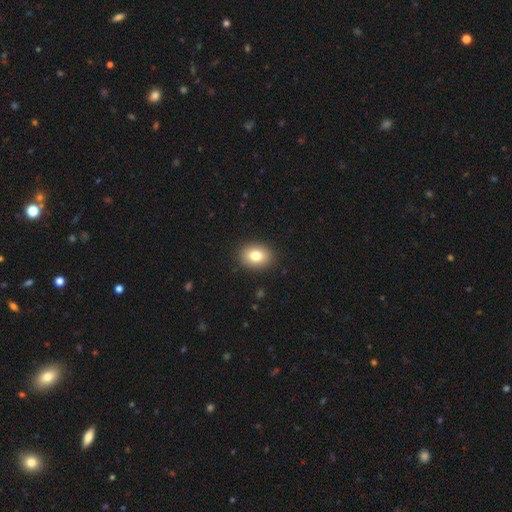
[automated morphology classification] This appears to be a smooth galaxy with no disk features (80%) that is in between round and cigar-shaped (60%). Merging: none (90%).